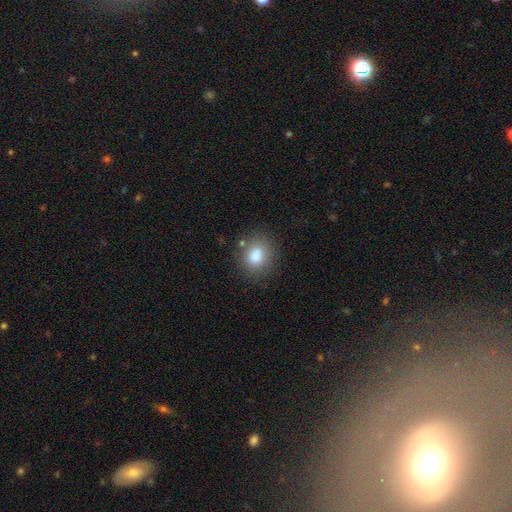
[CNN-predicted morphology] smooth-or-featured: smooth: 83% | star or artifact: 10% | featured or disk: 7%
  how-rounded: round: 63% | in between: 36% | cigar-shaped: 1%
  merging: none: 78% | minor disturbance: 14% | major disturbance: 5% | merger: 4%